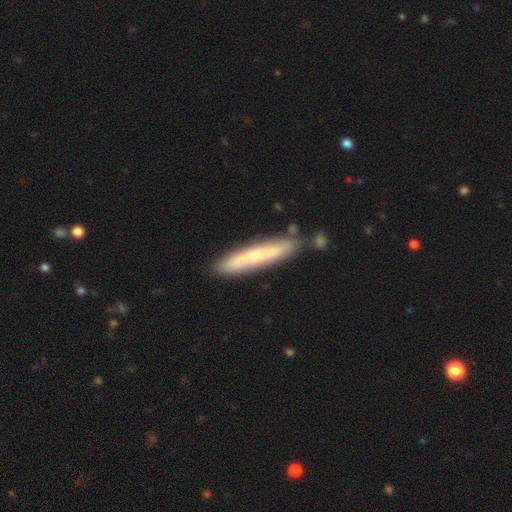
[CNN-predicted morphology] type=smooth (51%); roundness=cigar-shaped (91%); merging=none (79%).